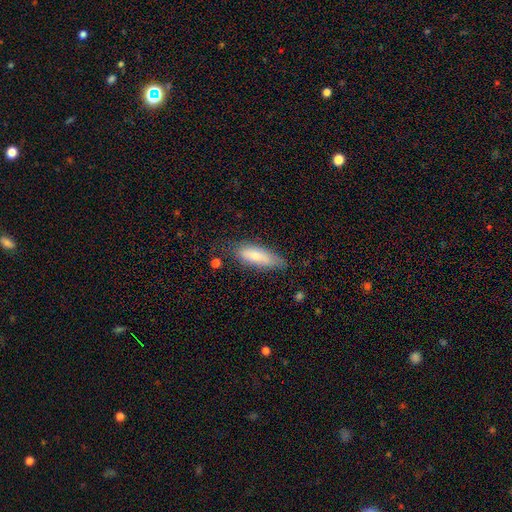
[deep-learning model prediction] smooth_or_featured: smooth (p=0.74) [alt: featured or disk p=0.19]
how_rounded: in between (p=0.58) [alt: cigar-shaped p=0.40]
merging: none (p=0.68) [alt: minor disturbance p=0.24]